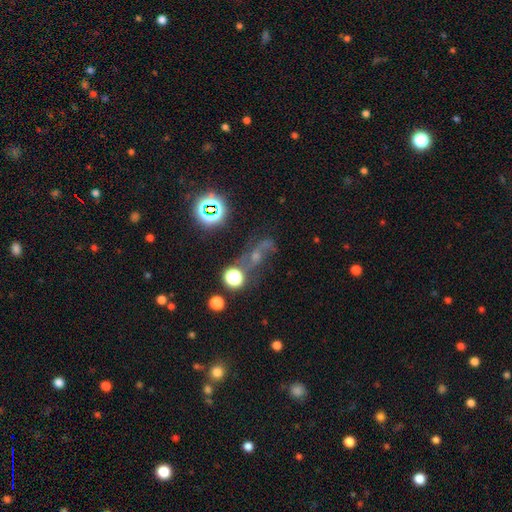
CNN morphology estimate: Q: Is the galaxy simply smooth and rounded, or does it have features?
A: star or artifact — 39%.